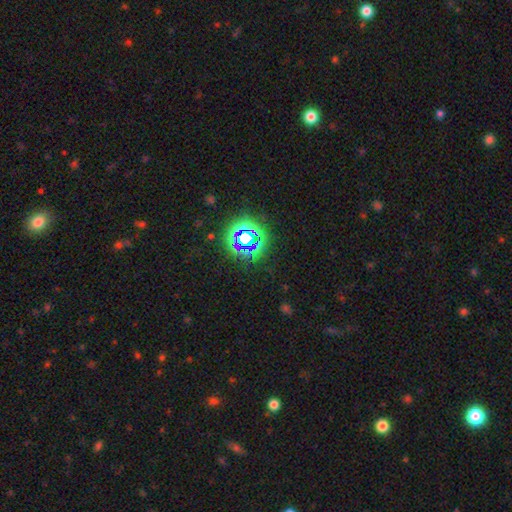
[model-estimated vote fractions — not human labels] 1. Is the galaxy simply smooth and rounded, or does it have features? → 75% star or artifact, 17% smooth, 8% featured or disk.